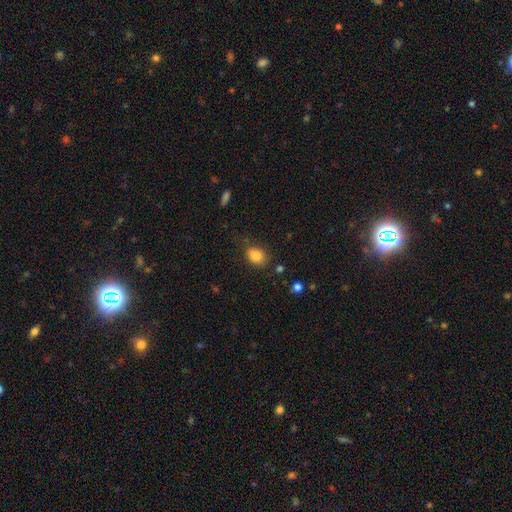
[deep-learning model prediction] Smooth or featured? smooth (84%)
How rounded? in between (60%)
Merging? none (65%)